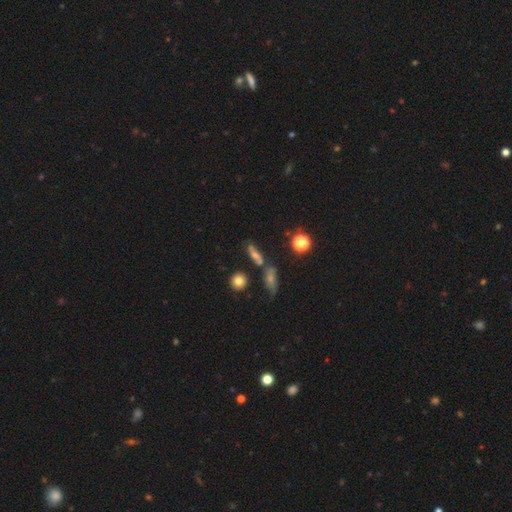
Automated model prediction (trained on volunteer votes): Smooth or featured? smooth (42%)
Merging? none (58%)